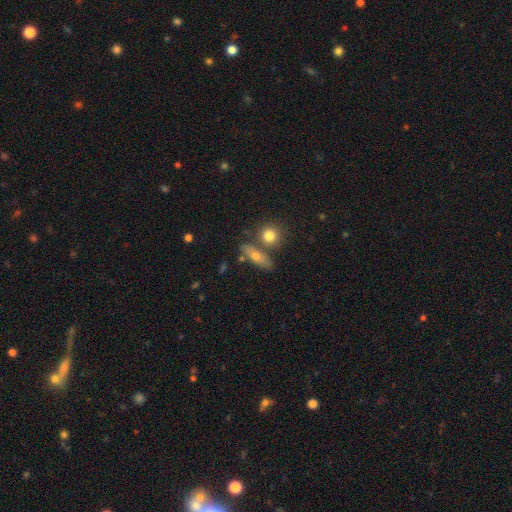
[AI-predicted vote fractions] This is possibly a smooth galaxy (58%). How rounded: possibly cigar-shaped (51%). Merging: likely none (67%).